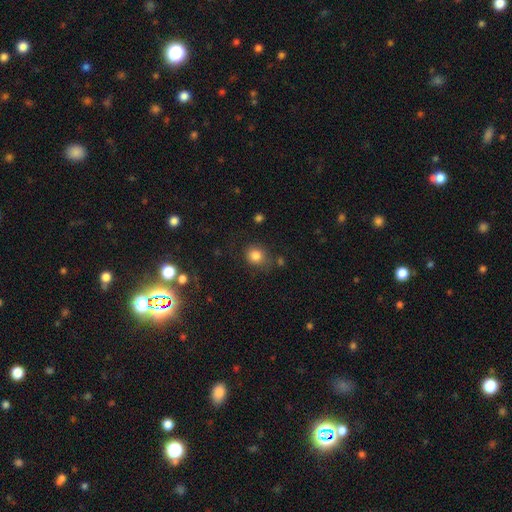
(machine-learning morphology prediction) smooth-or-featured: smooth: 83% | star or artifact: 11% | featured or disk: 6%
  how-rounded: round: 79% | in between: 20% | cigar-shaped: 1%
  merging: none: 74% | minor disturbance: 16% | major disturbance: 6% | merger: 4%